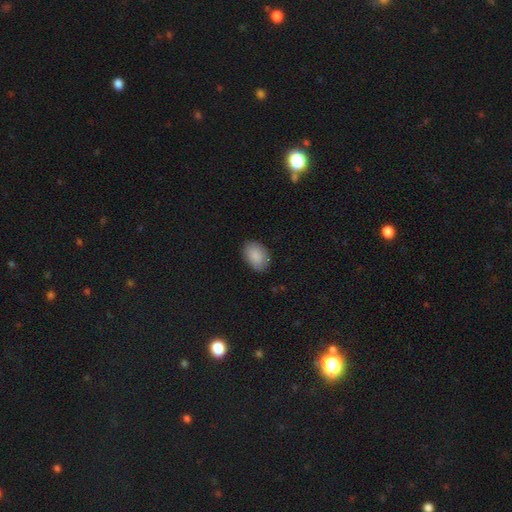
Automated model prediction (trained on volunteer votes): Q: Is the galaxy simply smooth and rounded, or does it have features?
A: smooth — 88%.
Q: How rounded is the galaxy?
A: in between — 88%.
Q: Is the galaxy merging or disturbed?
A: none — 84%.